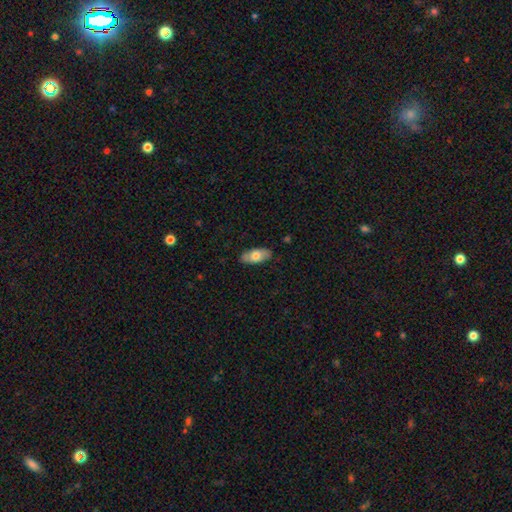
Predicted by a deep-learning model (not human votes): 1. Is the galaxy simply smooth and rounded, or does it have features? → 71% smooth, 23% featured or disk, 6% star or artifact.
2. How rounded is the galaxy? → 90% in between, 8% cigar-shaped, 3% round.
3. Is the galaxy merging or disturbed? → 85% none, 12% minor disturbance, 2% major disturbance, 1% merger.